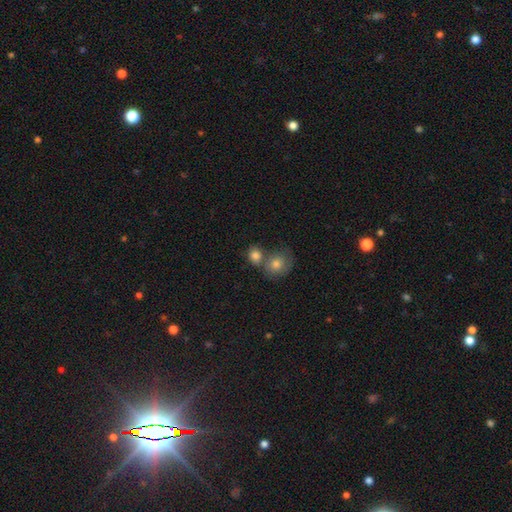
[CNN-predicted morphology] Smooth or featured?
  - smooth: 82% *
  - star or artifact: 9%
  - featured or disk: 9%
How rounded?
  - round: 71% *
  - in between: 28%
  - cigar-shaped: 1%
Merging?
  - merger: 47% *
  - none: 40%
  - minor disturbance: 9%
  - major disturbance: 4%